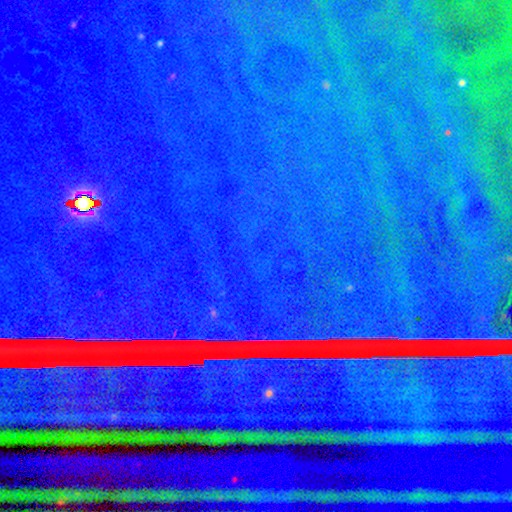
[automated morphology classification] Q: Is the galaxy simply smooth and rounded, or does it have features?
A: star or artifact — 87%.